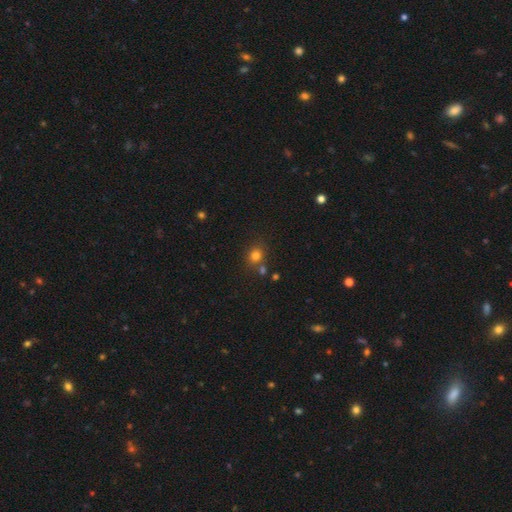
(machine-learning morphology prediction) smooth_or_featured: smooth (p=0.79) [alt: star or artifact p=0.15]
how_rounded: round (p=0.74) [alt: in between p=0.25]
merging: none (p=0.69) [alt: merger p=0.16]